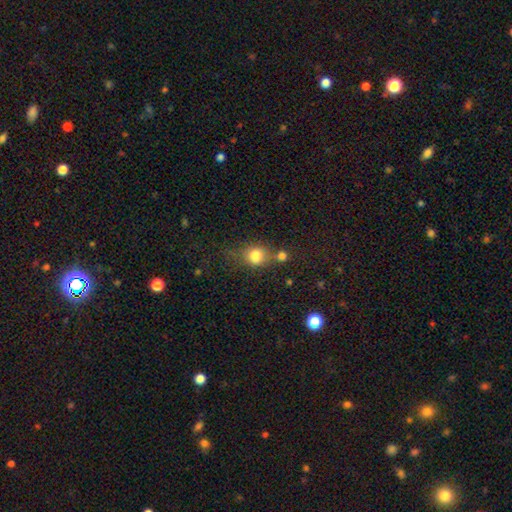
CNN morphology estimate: smooth-or-featured: smooth: 79% | star or artifact: 12% | featured or disk: 9%
  how-rounded: round: 68% | in between: 30% | cigar-shaped: 2%
  merging: none: 48% | merger: 26% | minor disturbance: 17% | major disturbance: 9%